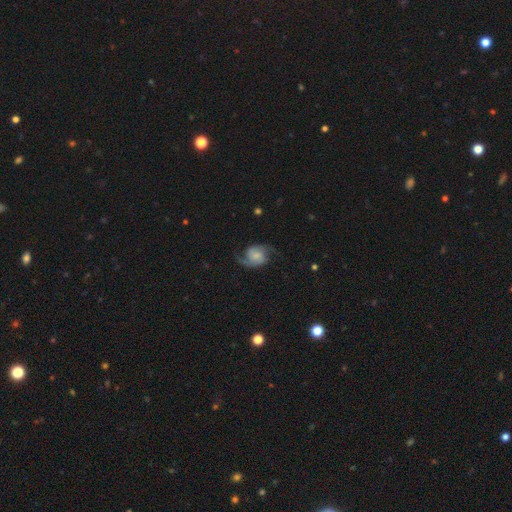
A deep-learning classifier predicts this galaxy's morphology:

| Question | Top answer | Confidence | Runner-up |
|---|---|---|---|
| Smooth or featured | featured or disk | 81% | smooth (12%) |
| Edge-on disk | no | 98% | yes (2%) |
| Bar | no | 53% | weak (39%) |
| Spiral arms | yes | 96% | no (4%) |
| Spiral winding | medium | 46% | loose (39%) |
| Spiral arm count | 2 | 91% | can't tell (3%) |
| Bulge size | small | 40% | moderate (27%) |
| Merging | none | 73% | minor disturbance (16%) |